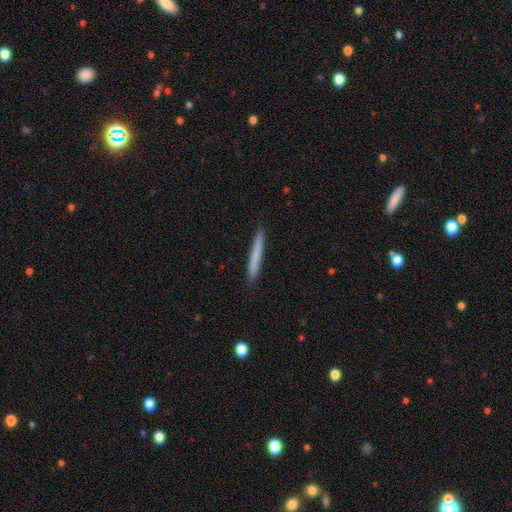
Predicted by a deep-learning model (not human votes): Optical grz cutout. It shows a smooth galaxy with no disk features (71%) that is cigar-shaped (97%). Merging: none (91%).